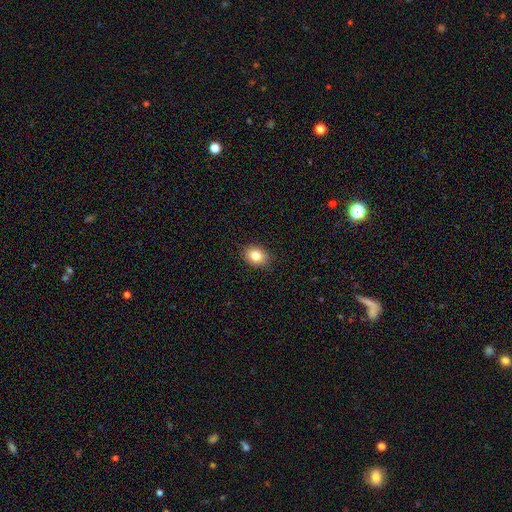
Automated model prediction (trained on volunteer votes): Smooth or featured? Predicted: smooth (p=0.82). How rounded? Predicted: in between (p=0.65). Merging? Predicted: none (p=0.88).